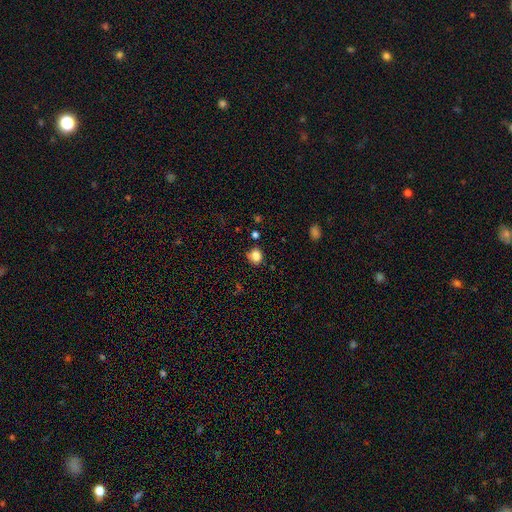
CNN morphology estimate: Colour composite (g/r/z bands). It shows a smooth galaxy with no disk features (83%) that is round (74%). Merging: none (80%).